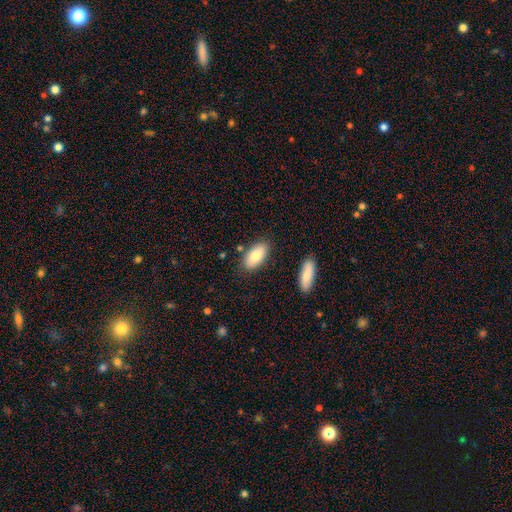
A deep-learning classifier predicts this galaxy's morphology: smooth-or-featured: smooth: 80% | featured or disk: 14% | star or artifact: 6%
  how-rounded: in between: 92% | cigar-shaped: 5% | round: 3%
  merging: none: 81% | minor disturbance: 12% | merger: 5% | major disturbance: 3%